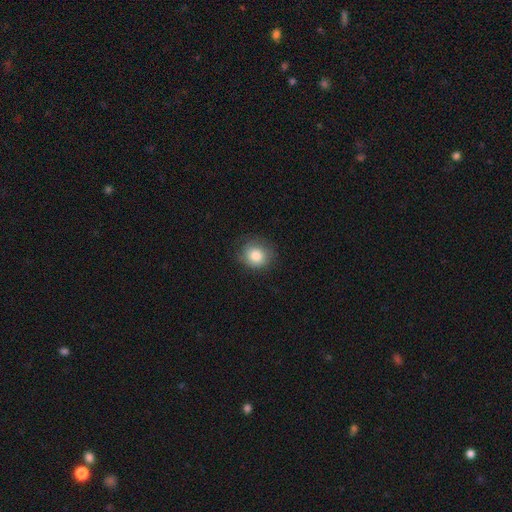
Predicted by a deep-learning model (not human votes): smooth_or_featured: smooth (p=0.81) [alt: featured or disk p=0.10]
how_rounded: round (p=0.84) [alt: in between p=0.15]
merging: none (p=0.76) [alt: minor disturbance p=0.17]